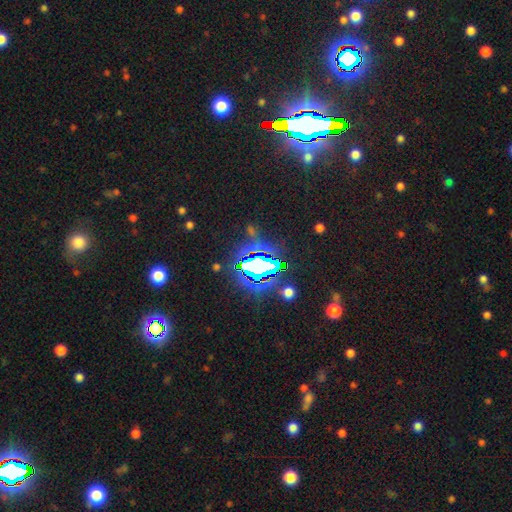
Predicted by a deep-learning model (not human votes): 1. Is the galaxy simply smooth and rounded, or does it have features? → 79% star or artifact, 11% smooth, 9% featured or disk.